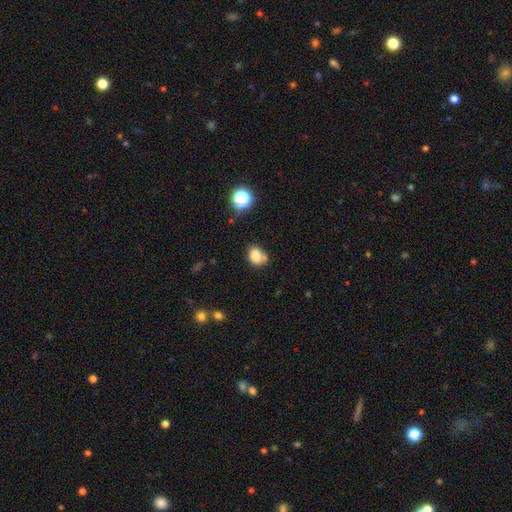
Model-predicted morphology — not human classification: This is likely a smooth galaxy (78%). How rounded: possibly in between (51%). Merging: possibly none (51%).